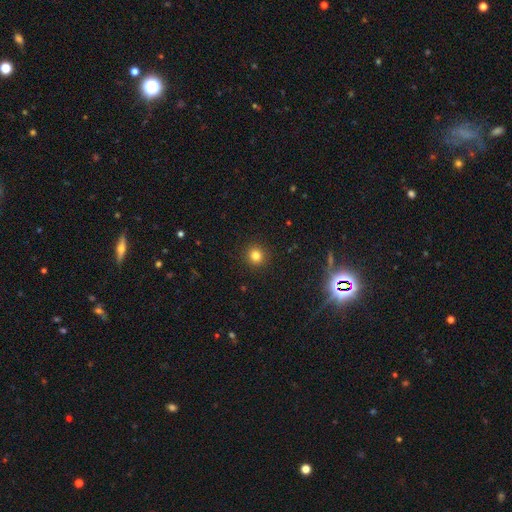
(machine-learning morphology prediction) Smooth or featured? Predicted: smooth (p=0.82). How rounded? Predicted: round (p=0.92). Merging? Predicted: none (p=0.92).